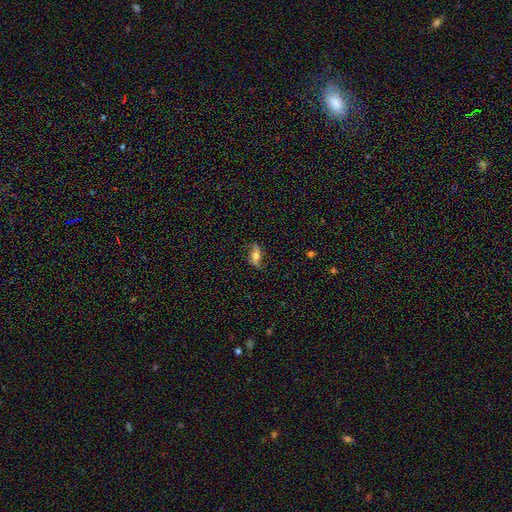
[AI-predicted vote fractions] The model was most divided on "smooth or featured": featured or disk: 56%, smooth: 35%, star or artifact: 8%. More confident: edge-on disk — no (81%); merging — none (76%).